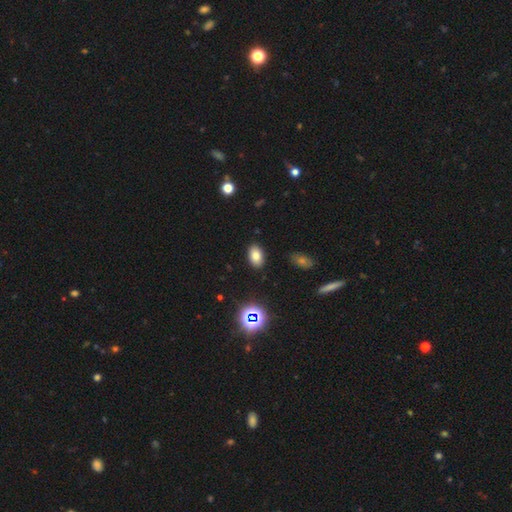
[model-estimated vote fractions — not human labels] Overall: smooth (77%). How rounded: in between (90%). Merging: none (88%).